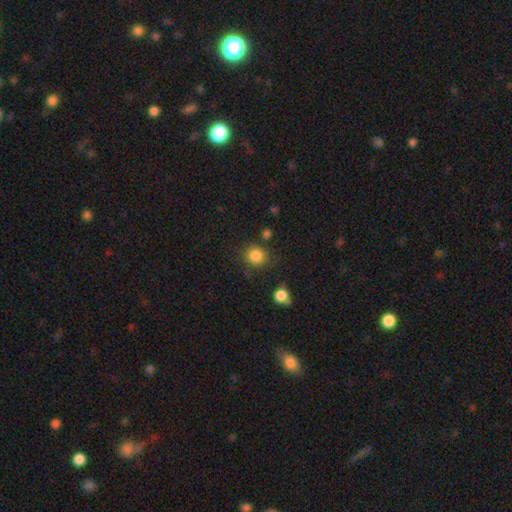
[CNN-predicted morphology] Q: Smooth or featured?
A: smooth (85%); runner-up: star or artifact (11%)
Q: How rounded?
A: round (84%); runner-up: in between (15%)
Q: Merging?
A: none (79%); runner-up: minor disturbance (12%)